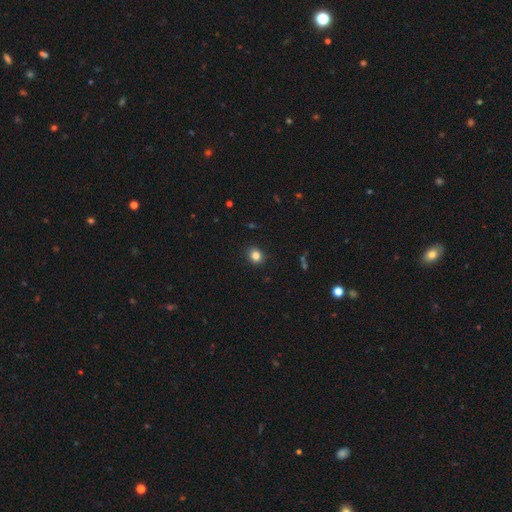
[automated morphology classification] smooth 84%, star or artifact 11%, featured or disk 5%. Down the decision tree: how rounded — round (69%); merging — none (89%).